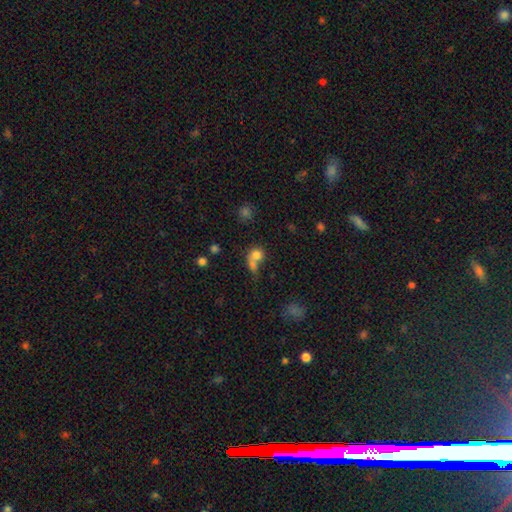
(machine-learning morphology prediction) A smooth galaxy with no disk features (77%) that is round (72%). Merging: merger (50%).